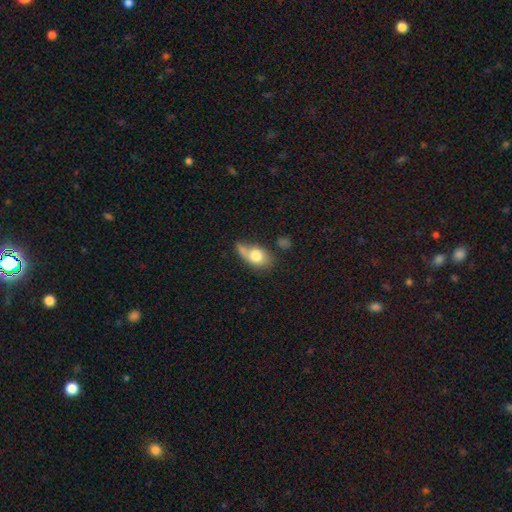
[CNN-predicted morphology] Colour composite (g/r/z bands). It shows a smooth galaxy with no disk features (73%) that is in between round and cigar-shaped (74%). Merging: none (32%).